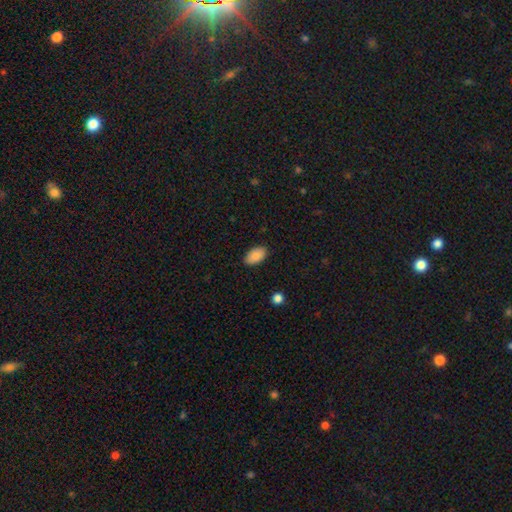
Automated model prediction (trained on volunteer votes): Smooth or featured: smooth — 89% (star or artifact — 7%)
How rounded: in between — 94% (round — 4%)
Merging: none — 87% (minor disturbance — 10%)